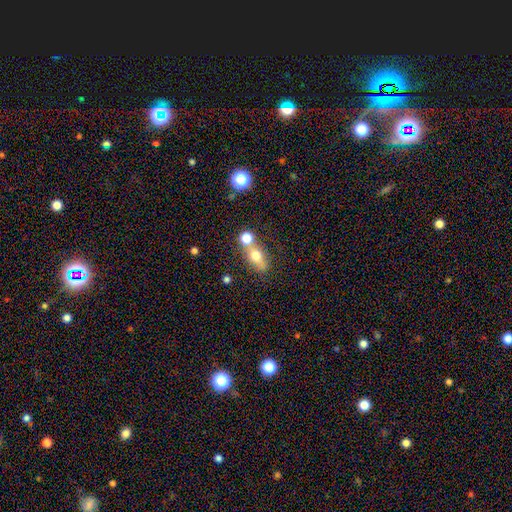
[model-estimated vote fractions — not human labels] A smooth galaxy with no disk features (66%) that is in between round and cigar-shaped (64%). Merging: none (49%).